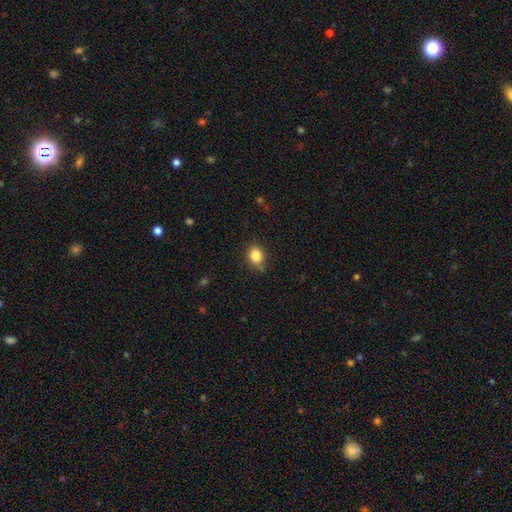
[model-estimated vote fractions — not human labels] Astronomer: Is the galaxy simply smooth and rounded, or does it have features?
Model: smooth — 84%.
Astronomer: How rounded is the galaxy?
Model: in between — 52% (runner-up: round, 47%).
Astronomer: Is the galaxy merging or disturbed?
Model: none — 75%.